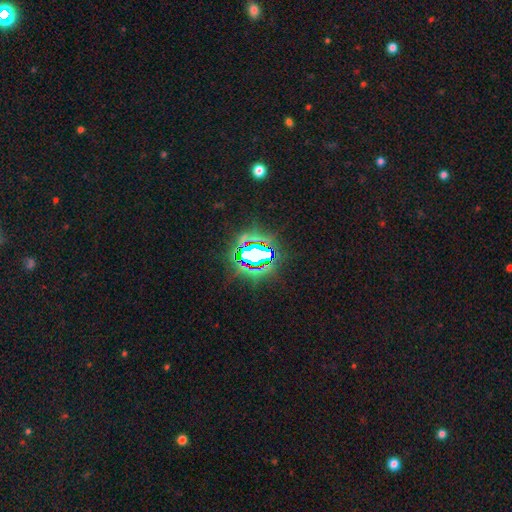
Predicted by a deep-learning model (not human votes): Q: Smooth or featured?
A: star or artifact (75%); runner-up: smooth (15%)